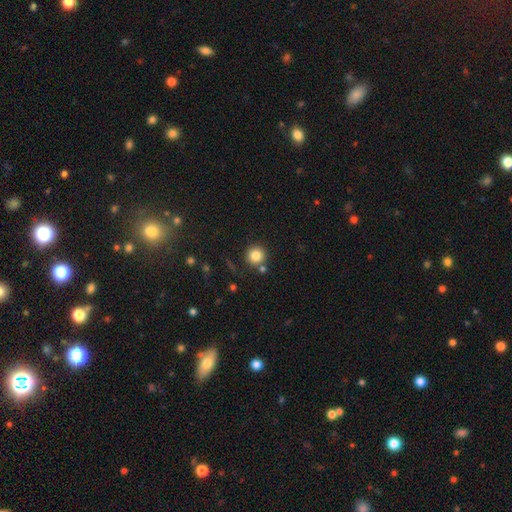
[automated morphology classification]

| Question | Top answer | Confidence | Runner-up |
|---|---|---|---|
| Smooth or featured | smooth | 83% | star or artifact (11%) |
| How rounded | round | 94% | in between (5%) |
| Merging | none | 80% | merger (10%) |